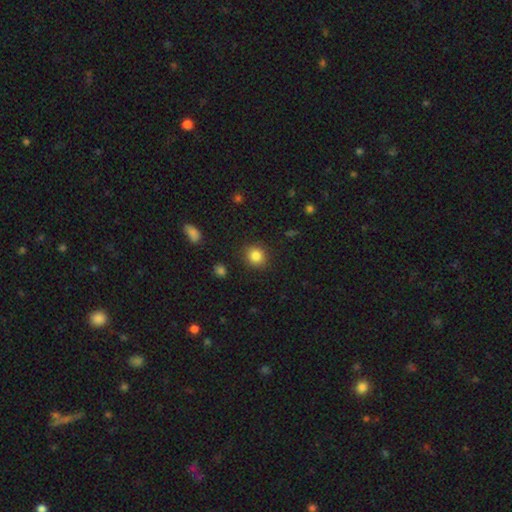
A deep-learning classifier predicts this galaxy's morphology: Q: Smooth or featured?
A: smooth (85%); runner-up: star or artifact (10%)
Q: How rounded?
A: round (85%); runner-up: in between (14%)
Q: Merging?
A: none (89%); runner-up: minor disturbance (7%)